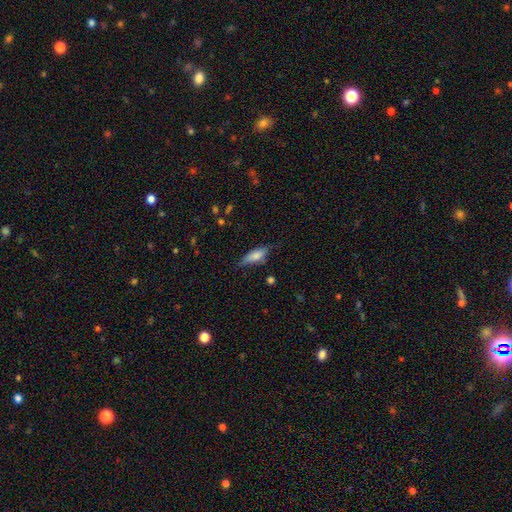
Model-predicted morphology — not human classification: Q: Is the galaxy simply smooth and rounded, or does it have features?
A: smooth — 68%.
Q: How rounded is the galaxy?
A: in between — 60%.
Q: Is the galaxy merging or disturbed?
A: none — 63%.